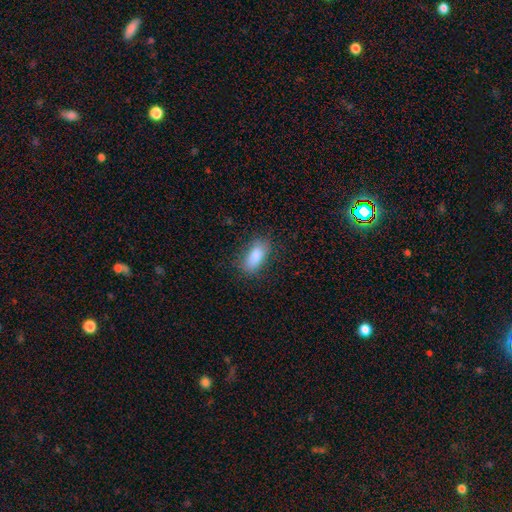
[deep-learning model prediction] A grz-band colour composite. It shows a smooth galaxy with no disk features (81%) that is in between round and cigar-shaped (87%). Merging: none (77%).